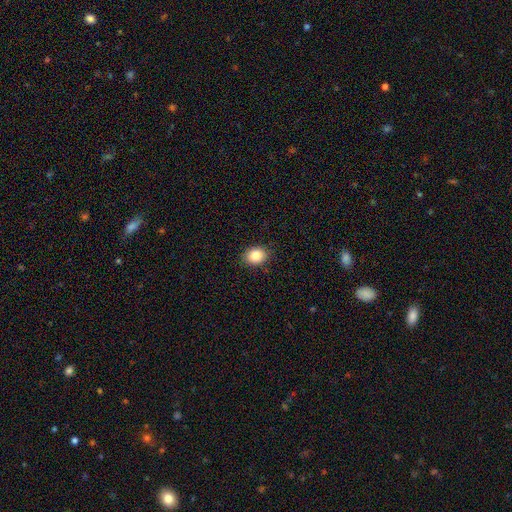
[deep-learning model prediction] This appears to be a smooth galaxy with no disk features (85%) that is in between round and cigar-shaped (56%). Merging: none (89%).